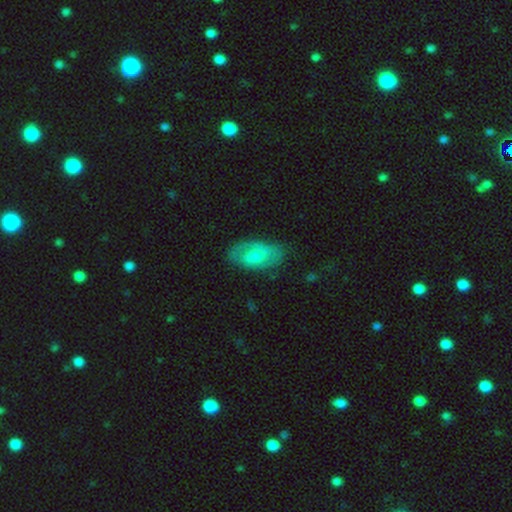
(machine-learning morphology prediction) Q: Smooth or featured?
A: smooth (49%); runner-up: featured or disk (45%)
Q: Merging?
A: none (69%); runner-up: minor disturbance (23%)